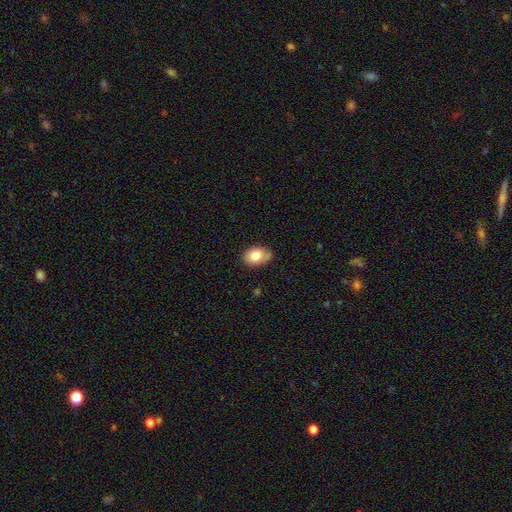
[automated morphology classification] This is likely a smooth galaxy (80%). How rounded: likely in between (78%). Merging: likely none (68%).